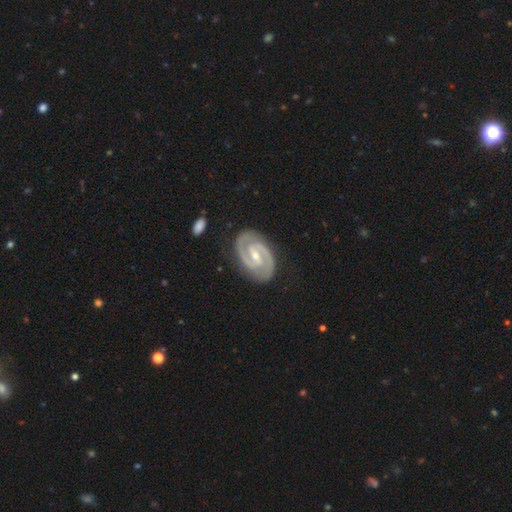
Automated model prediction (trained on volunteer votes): This is clearly a featured or disk galaxy (93%). It is clearly not viewed edge-on (98%). Bar: possibly weak (47%). Spiral arm pattern: clearly yes (98%). Spiral arm count: clearly 2 (93%). Spiral winding: possibly tight (50%). Central bulge: possibly small (57%). Merging: clearly none (85%).